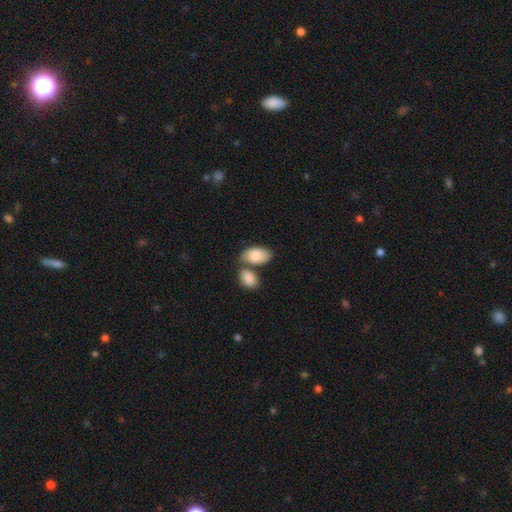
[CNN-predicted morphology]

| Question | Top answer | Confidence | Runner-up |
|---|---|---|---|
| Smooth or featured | smooth | 85% | featured or disk (9%) |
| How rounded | in between | 94% | round (4%) |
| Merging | none | 48% | merger (35%) |